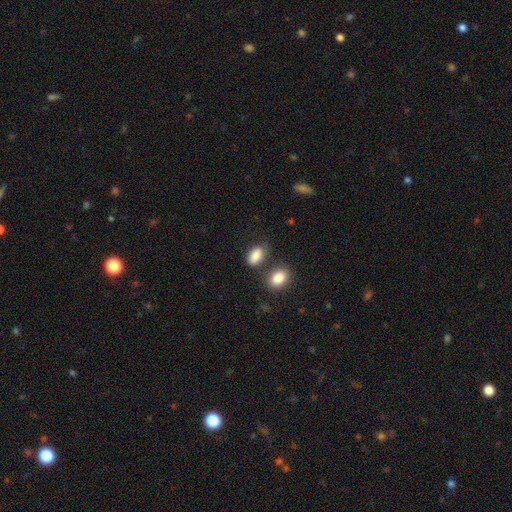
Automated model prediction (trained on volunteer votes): smooth_or_featured: smooth (p=0.87) [alt: star or artifact p=0.08]
how_rounded: in between (p=0.91) [alt: round p=0.06]
merging: none (p=0.65) [alt: minor disturbance p=0.17]